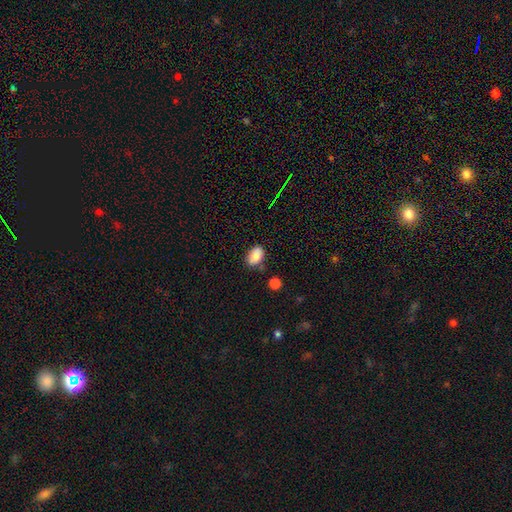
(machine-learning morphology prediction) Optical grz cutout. It shows a smooth galaxy with no disk features (85%) that is in between round and cigar-shaped (85%). Merging: none (67%).